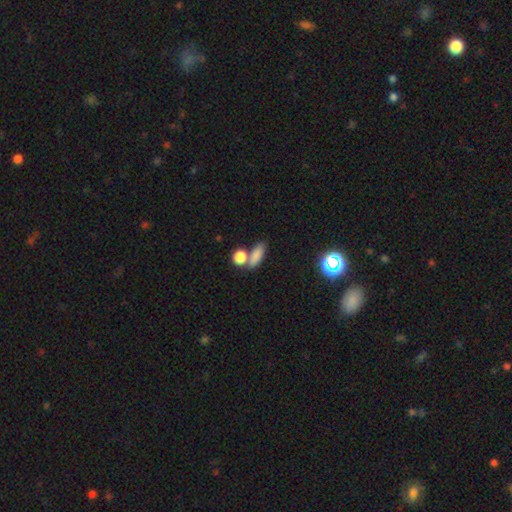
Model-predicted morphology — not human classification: Q: Smooth or featured?
A: smooth (80%); runner-up: star or artifact (12%)
Q: How rounded?
A: in between (61%); runner-up: cigar-shaped (24%)
Q: Merging?
A: none (54%); runner-up: merger (30%)